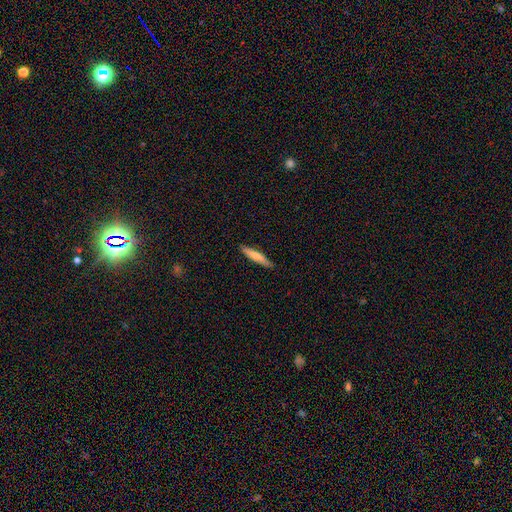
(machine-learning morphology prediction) type=smooth (70%); roundness=cigar-shaped (90%); merging=none (89%).